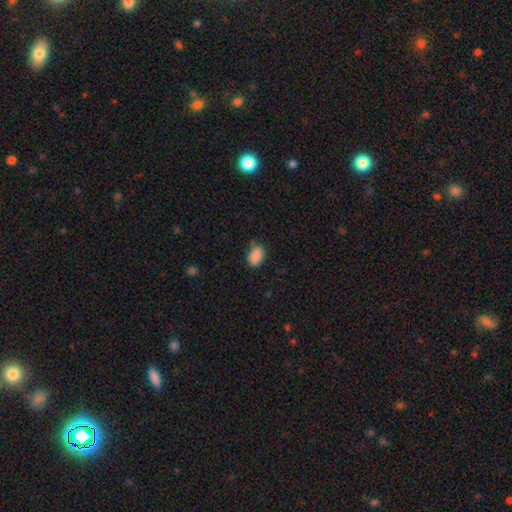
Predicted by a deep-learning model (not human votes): A smooth galaxy with no disk features (89%) that is in between round and cigar-shaped (87%).

Vote fractions:
- Smooth or featured? smooth: 89% / star or artifact: 7% / featured or disk: 3%
- How rounded? in between: 87% / round: 12% / cigar-shaped: 1%
- Merging? none: 78% / minor disturbance: 16% / major disturbance: 3% / merger: 2%